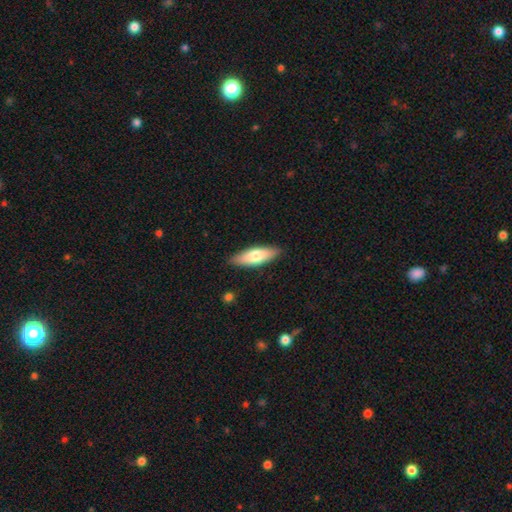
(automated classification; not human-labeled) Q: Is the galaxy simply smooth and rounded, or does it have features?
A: smooth — 69%.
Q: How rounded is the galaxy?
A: in between — 55%.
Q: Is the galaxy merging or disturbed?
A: none — 87%.